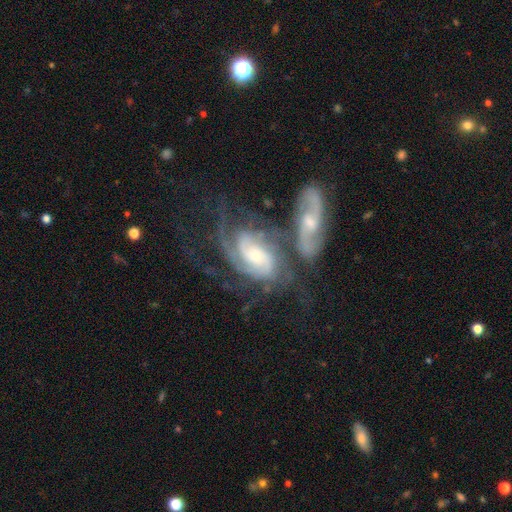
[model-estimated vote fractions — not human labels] featured or disk 87%, smooth 8%, star or artifact 5%. Down the decision tree: edge-on disk — no (95%); bar — no (51%); spiral arms — yes (97%); spiral arm count — 2 (48%); spiral winding — tight (51%); bulge size — small (46%); merging — merger (44%).